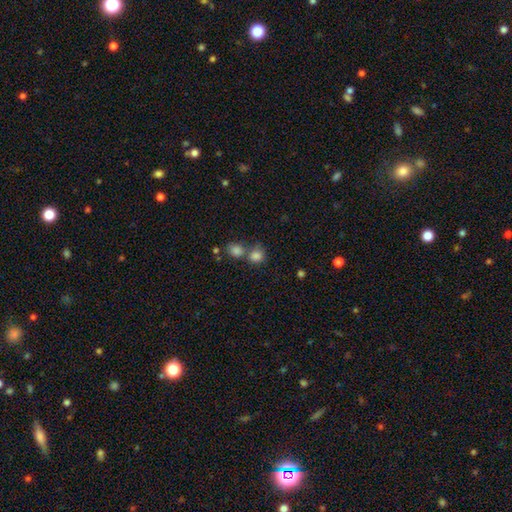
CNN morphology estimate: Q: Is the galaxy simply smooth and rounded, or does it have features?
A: smooth — 82%.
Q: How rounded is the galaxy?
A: round — 74%.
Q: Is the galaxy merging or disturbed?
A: merger — 44%.